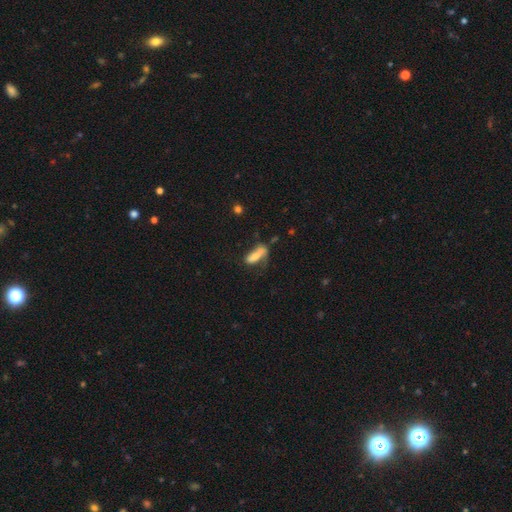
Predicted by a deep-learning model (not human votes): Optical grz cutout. It shows a smooth galaxy with no disk features (67%) that is in between round and cigar-shaped (59%). Merging: none (36%).